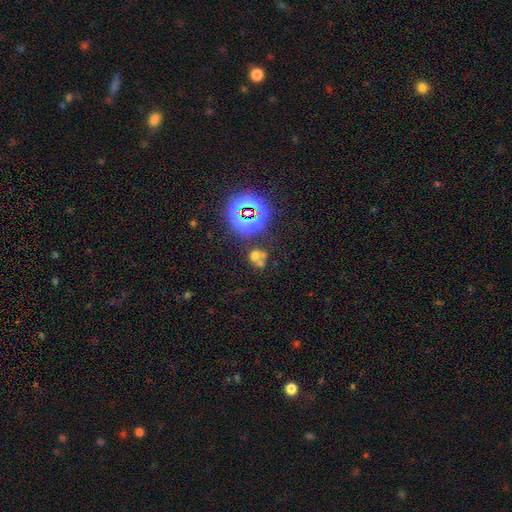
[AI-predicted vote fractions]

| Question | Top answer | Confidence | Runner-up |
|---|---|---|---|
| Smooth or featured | smooth | 48% | star or artifact (34%) |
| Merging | merger | 46% | none (39%) |